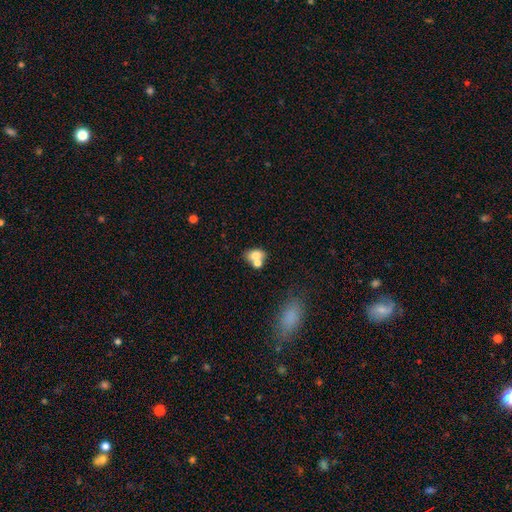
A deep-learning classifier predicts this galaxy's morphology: smooth_or_featured: smooth (p=0.72) [alt: featured or disk p=0.18]
how_rounded: in between (p=0.66) [alt: round p=0.33]
merging: merger (p=0.49) [alt: none p=0.36]